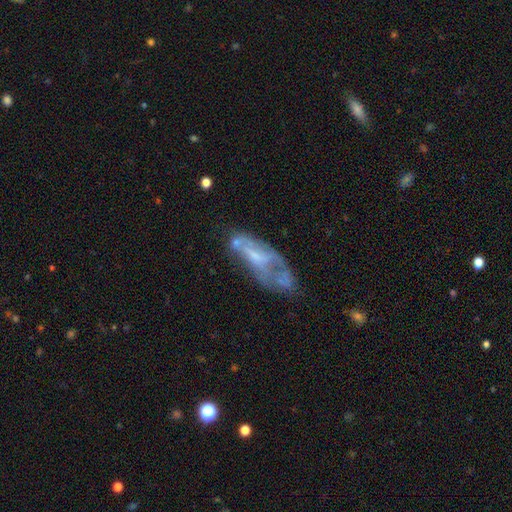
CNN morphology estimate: type=featured or disk (59%); edge-on=no (86%); bar=no (70%); spiral arms=no (70%); bulge=small (40%); merging=none (40%).